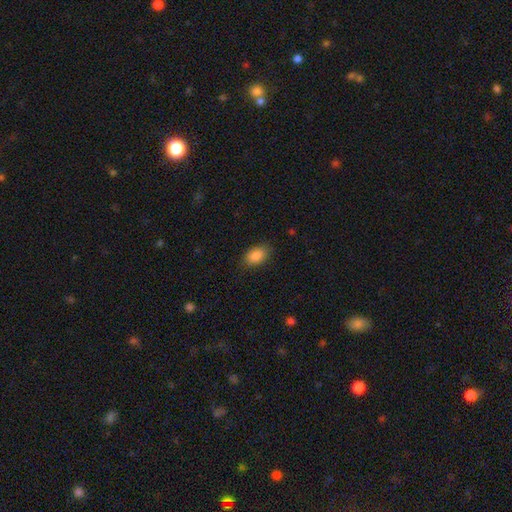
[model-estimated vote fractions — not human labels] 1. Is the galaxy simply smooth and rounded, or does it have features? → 88% smooth, 8% star or artifact, 4% featured or disk.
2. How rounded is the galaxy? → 89% in between, 9% round, 2% cigar-shaped.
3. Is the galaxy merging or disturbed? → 82% none, 13% minor disturbance, 3% major disturbance, 1% merger.